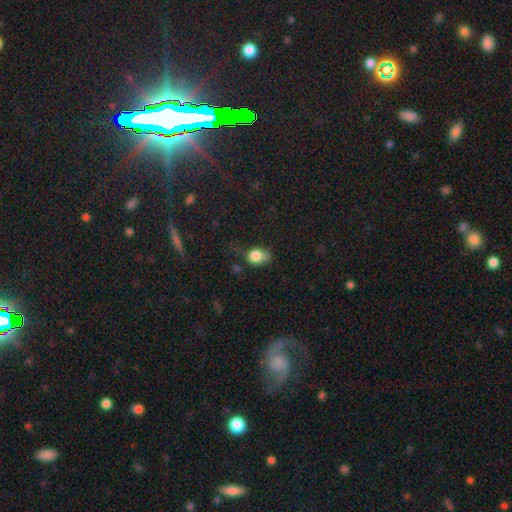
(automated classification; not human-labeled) This is likely a smooth galaxy (80%). How rounded: possibly in between (60%). Merging: marginally minor disturbance (38%).